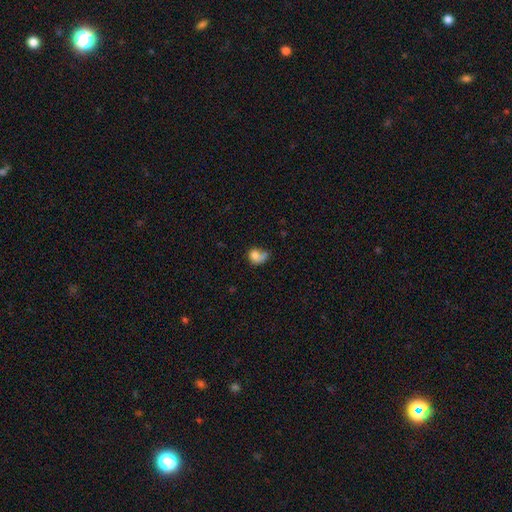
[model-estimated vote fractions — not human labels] The model was most divided on "merging" (2-way tie): none: 29%, major disturbance: 29%, minor disturbance: 22%, merger: 20%. More confident: smooth or featured — smooth (72%); how rounded — in between (51%).